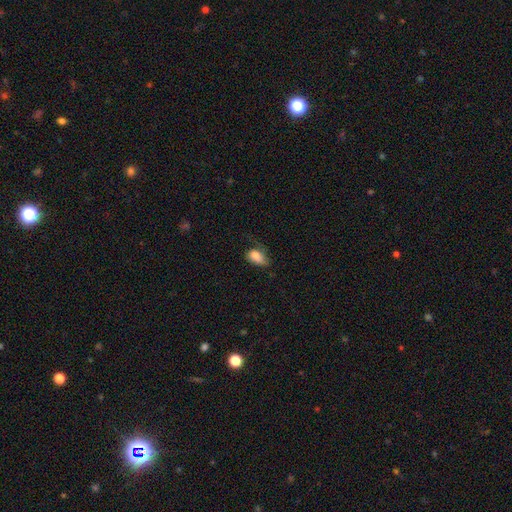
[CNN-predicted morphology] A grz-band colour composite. It shows a smooth galaxy with no disk features (80%) that is in between round and cigar-shaped (89%). Merging: none (41%).